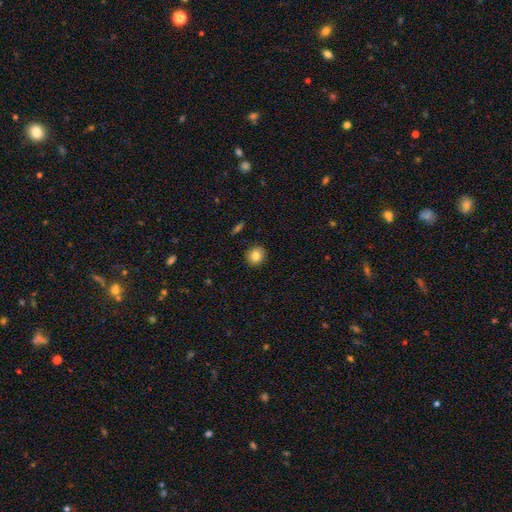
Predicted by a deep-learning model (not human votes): The model was most divided on "how rounded": round: 85%, in between: 14%, cigar-shaped: 1%. More confident: merging — none (91%); smooth or featured — smooth (84%).